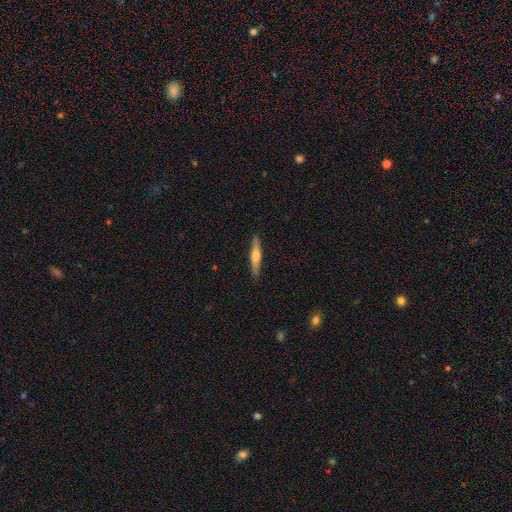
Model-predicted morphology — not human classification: Smooth or featured: featured or disk — 55% (smooth — 39%)
Edge-on disk: yes — 96% (no — 4%)
Edge-on bulge: rounded — 88% (boxy — 7%)
Merging: none — 90% (minor disturbance — 8%)